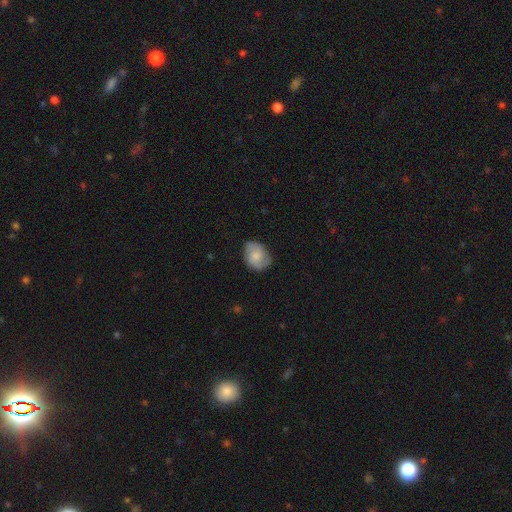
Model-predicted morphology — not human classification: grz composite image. It shows a smooth galaxy with no disk features (60%) that is in between round and cigar-shaped (60%). Merging: none (71%).